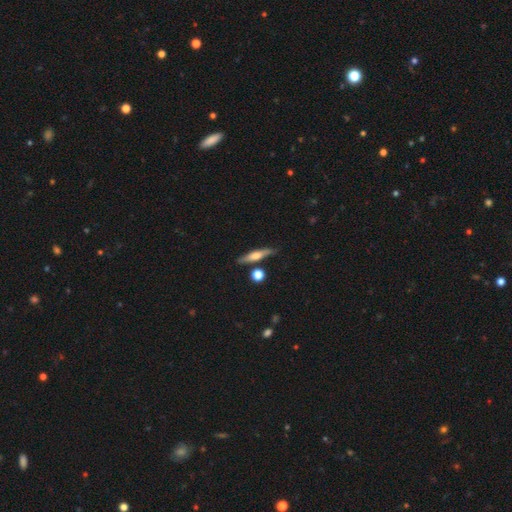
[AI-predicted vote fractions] featured or disk 48%, smooth 45%, star or artifact 7%. Down the decision tree: merging — none (78%).